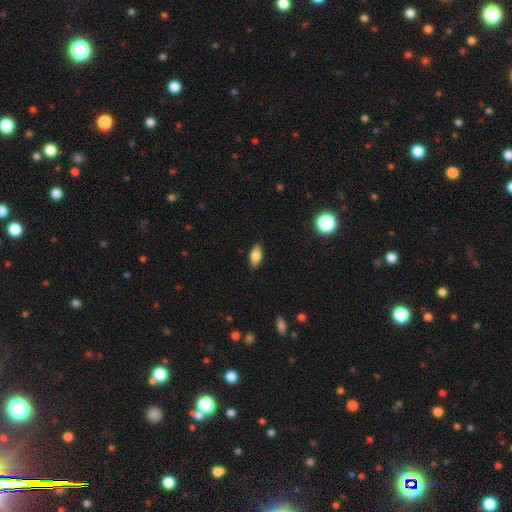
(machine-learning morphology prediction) Smooth or featured: smooth — 79% (featured or disk — 14%)
How rounded: in between — 84% (cigar-shaped — 12%)
Merging: none — 87% (minor disturbance — 10%)